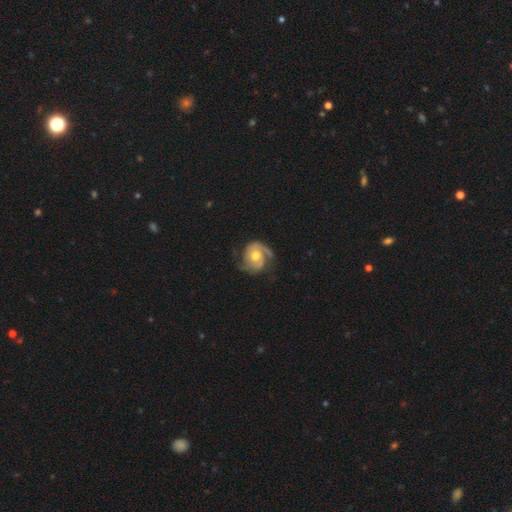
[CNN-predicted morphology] featured or disk 82%, smooth 13%, star or artifact 5%. Down the decision tree: edge-on disk — no (98%); bar — no (71%); spiral arms — yes (95%); spiral arm count — 2 (68%); spiral winding — tight (43%); bulge size — moderate (73%); merging — none (65%).